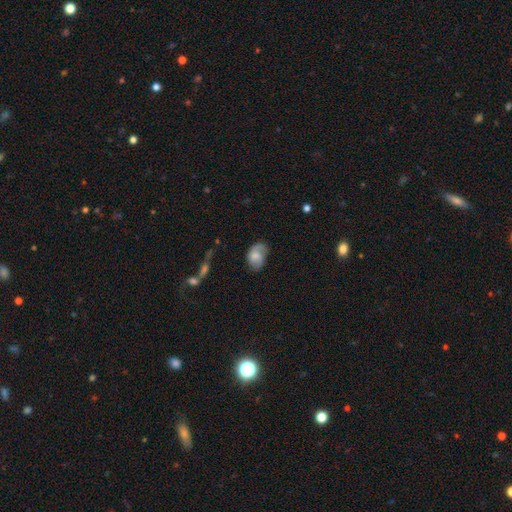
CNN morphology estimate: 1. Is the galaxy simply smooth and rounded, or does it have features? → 56% smooth, 36% featured or disk, 8% star or artifact.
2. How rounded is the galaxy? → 80% in between, 18% round, 1% cigar-shaped.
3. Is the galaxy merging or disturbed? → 53% none, 31% minor disturbance, 13% major disturbance, 2% merger.